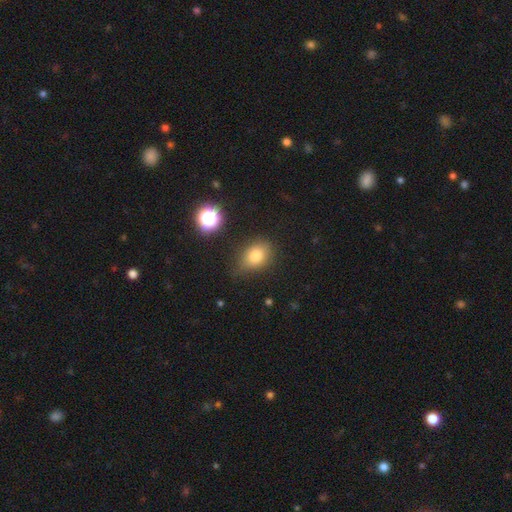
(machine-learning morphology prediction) type=smooth (79%); roundness=in between (65%); merging=none (73%).